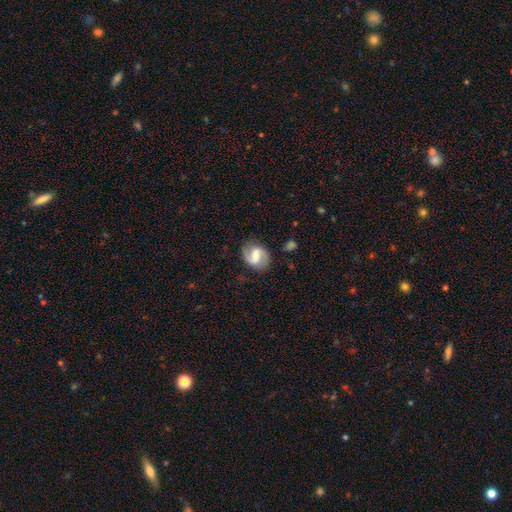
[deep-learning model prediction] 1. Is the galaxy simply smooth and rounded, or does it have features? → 75% featured or disk, 19% smooth, 6% star or artifact.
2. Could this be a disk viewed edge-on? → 98% no, 2% yes.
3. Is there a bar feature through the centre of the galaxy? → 49% weak, 32% strong, 19% no.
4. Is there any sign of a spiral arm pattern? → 93% yes, 7% no.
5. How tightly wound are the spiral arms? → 47% medium, 35% loose, 18% tight.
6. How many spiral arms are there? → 91% 2, 4% can't tell, 3% 1, 1% 3, 1% 4, 1% more than 4.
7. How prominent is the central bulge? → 48% moderate, 26% small, 15% large, 9% none, 2% dominant.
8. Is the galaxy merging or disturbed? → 82% none, 12% minor disturbance, 4% major disturbance, 1% merger.